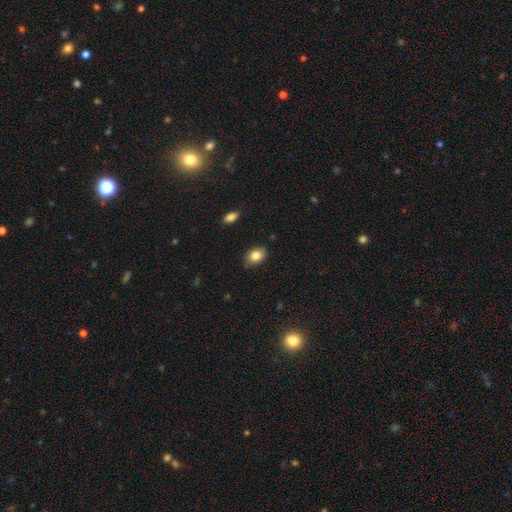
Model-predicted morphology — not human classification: A smooth galaxy with no disk features (83%) that is in between round and cigar-shaped (76%). Merging: none (82%).